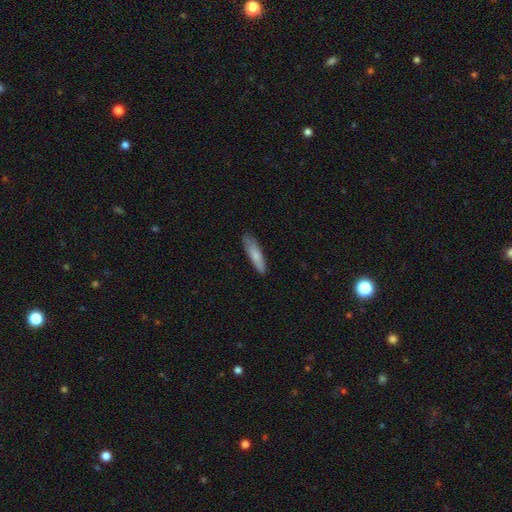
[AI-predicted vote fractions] A smooth galaxy with no disk features (77%) that is cigar-shaped (75%).

Vote fractions:
- Smooth or featured? smooth: 77% / featured or disk: 17% / star or artifact: 6%
- How rounded? cigar-shaped: 75% / in between: 24% / round: 2%
- Merging? none: 82% / minor disturbance: 15% / major disturbance: 2% / merger: 1%